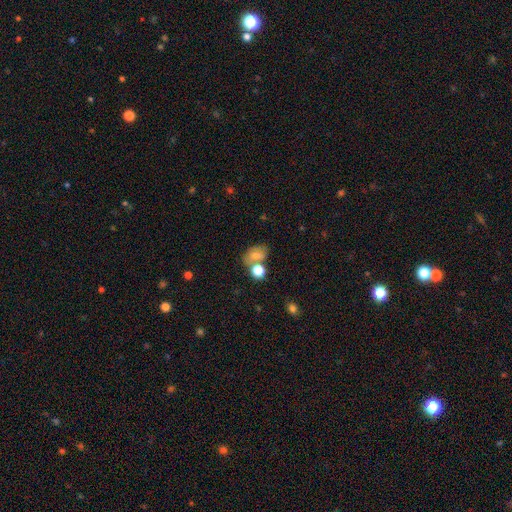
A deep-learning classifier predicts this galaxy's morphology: smooth-or-featured: smooth: 62% | featured or disk: 24% | star or artifact: 14%
  how-rounded: in between: 67% | round: 31% | cigar-shaped: 2%
  merging: none: 49% | merger: 29% | minor disturbance: 15% | major disturbance: 6%